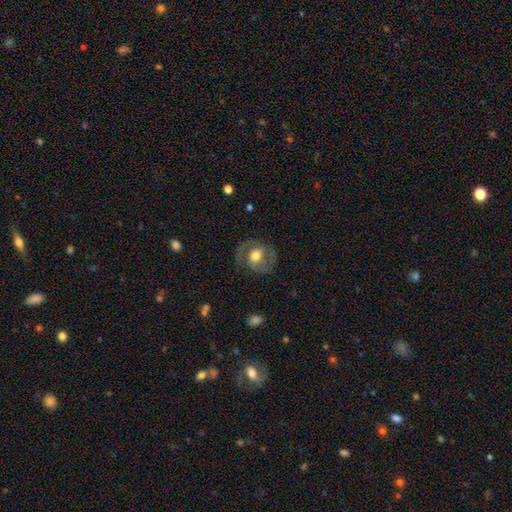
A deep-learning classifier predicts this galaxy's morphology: A featured or disk galaxy (61%) with no bar (52%), spiral arms (67%) and a moderate central bulge (66%).

Vote fractions:
- Smooth or featured? featured or disk: 61% / smooth: 33% / star or artifact: 7%
- Edge-on disk? no: 96% / yes: 4%
- Bar? no: 52% / weak: 34% / strong: 14%
- Spiral arms? yes: 67% / no: 33%
- Bulge size? moderate: 66% / large: 22% / small: 9% / dominant: 2% / none: 1%
- Merging? none: 75% / minor disturbance: 14% / major disturbance: 9% / merger: 1%